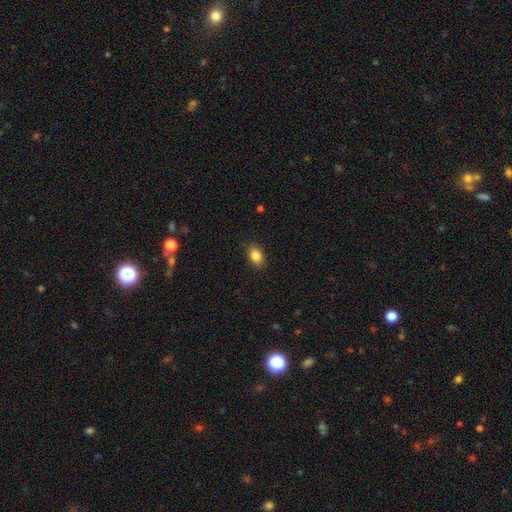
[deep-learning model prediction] Q: Smooth or featured?
A: smooth (86%); runner-up: star or artifact (9%)
Q: How rounded?
A: in between (80%); runner-up: round (19%)
Q: Merging?
A: none (87%); runner-up: minor disturbance (10%)